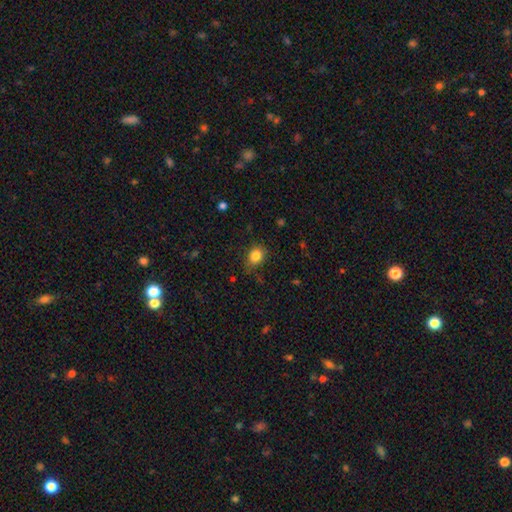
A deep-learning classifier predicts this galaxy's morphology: Smooth or featured? smooth (84%)
How rounded? round (52%)
Merging? none (73%)